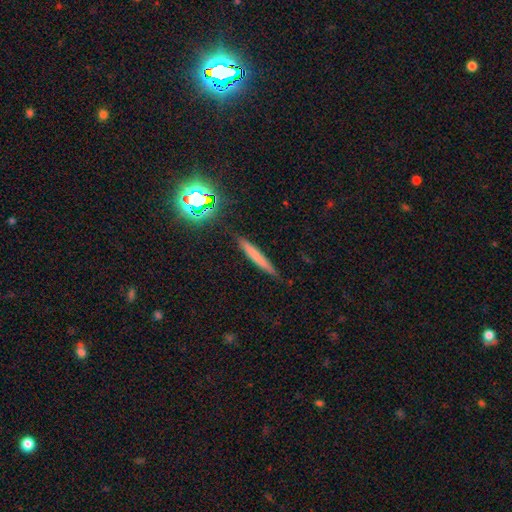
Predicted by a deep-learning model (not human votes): A smooth galaxy with no disk features (62%) that is cigar-shaped (95%). Merging: none (86%).